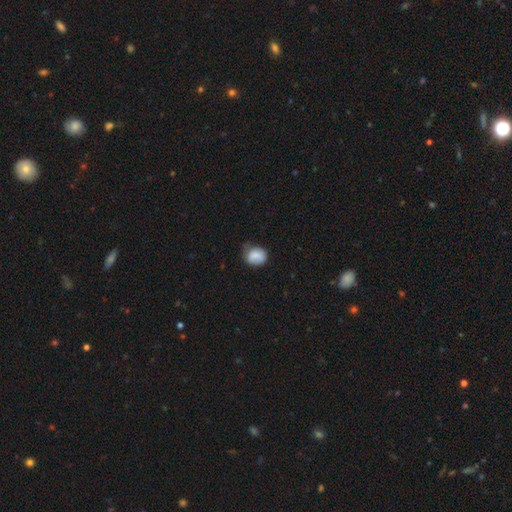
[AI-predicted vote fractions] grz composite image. It shows a smooth galaxy with no disk features (80%) that is round (61%). Merging: none (55%).